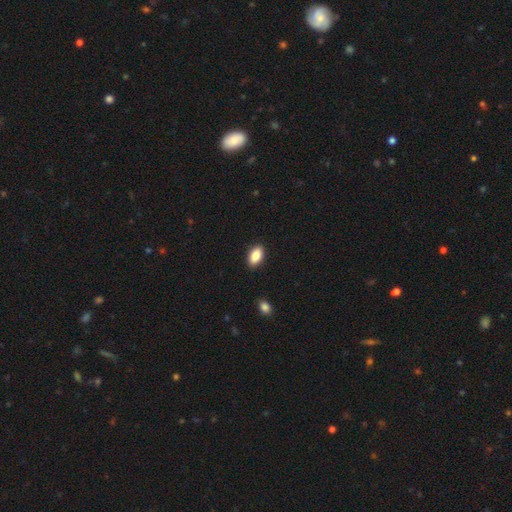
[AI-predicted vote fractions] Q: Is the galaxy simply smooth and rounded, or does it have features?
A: smooth — 86%.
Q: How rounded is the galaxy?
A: in between — 92%.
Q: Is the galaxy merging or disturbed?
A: none — 89%.